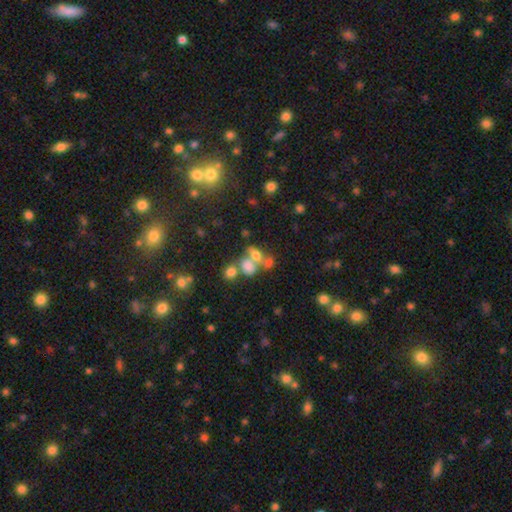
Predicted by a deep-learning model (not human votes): smooth 61%, featured or disk 21%, star or artifact 18%. Down the decision tree: how rounded — in between (57%); merging — merger (47%).